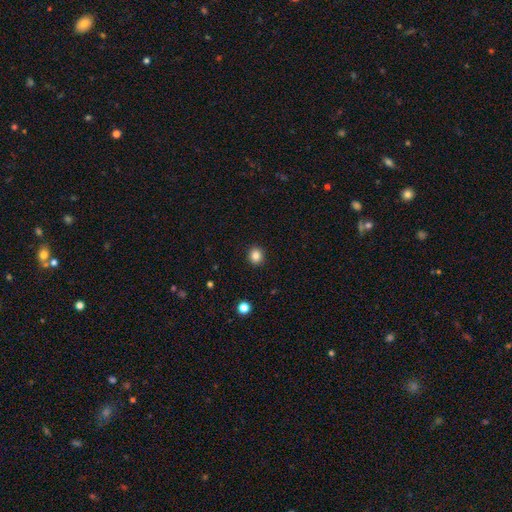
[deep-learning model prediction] Q: Smooth or featured?
A: smooth (85%); runner-up: star or artifact (11%)
Q: How rounded?
A: round (86%); runner-up: in between (13%)
Q: Merging?
A: none (92%); runner-up: minor disturbance (5%)